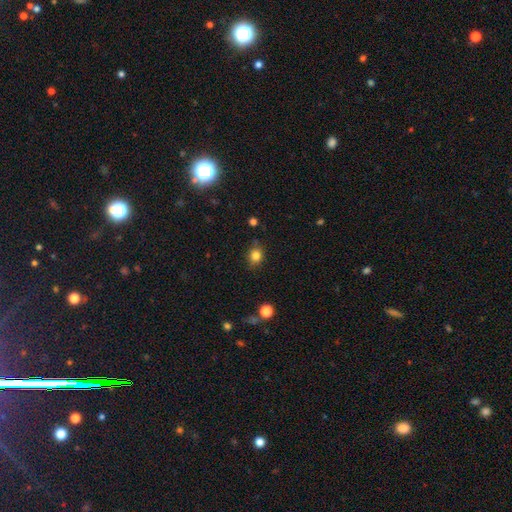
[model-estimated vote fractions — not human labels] smooth_or_featured: smooth (p=0.81) [alt: star or artifact p=0.12]
how_rounded: round (p=0.56) [alt: in between p=0.43]
merging: none (p=0.78) [alt: minor disturbance p=0.17]